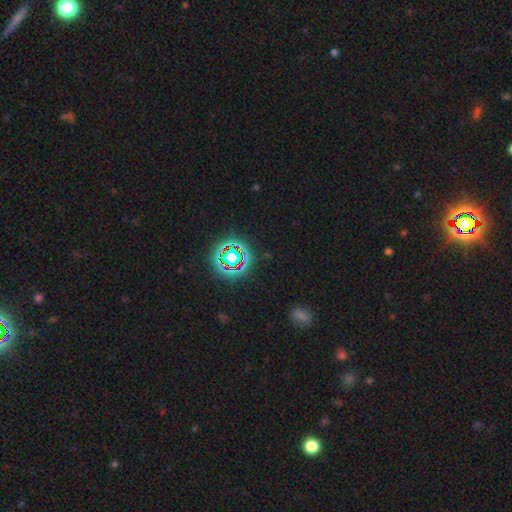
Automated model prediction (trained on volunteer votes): Morphology: type=star or artifact (72%).